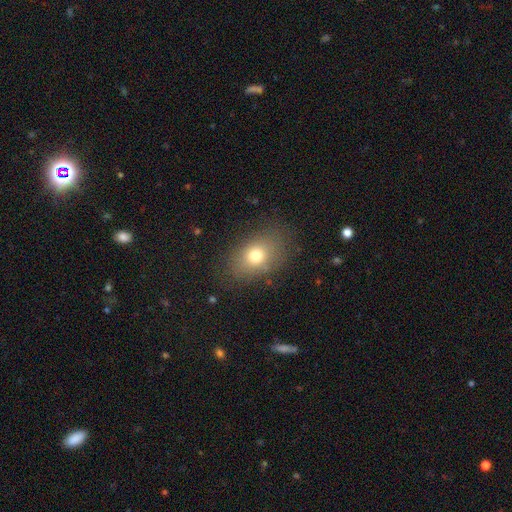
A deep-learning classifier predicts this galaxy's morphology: smooth 74%, featured or disk 13%, star or artifact 12%. Down the decision tree: how rounded — in between (74%); merging — none (81%).